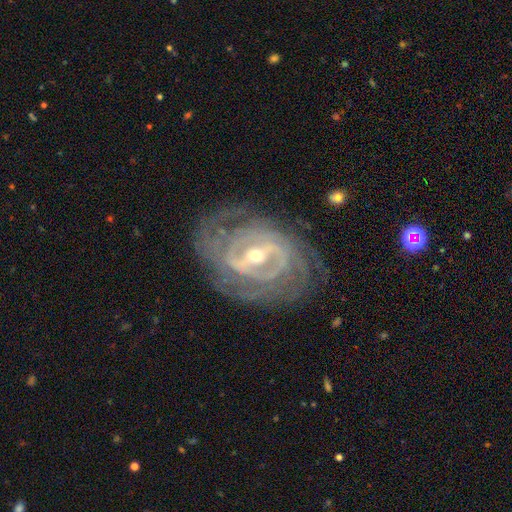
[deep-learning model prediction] This appears to be a featured or disk galaxy (91%) with a strong bar (57%), tight (73%) spiral arms (95%) and a small central bulge (50%). Merging: none (77%).